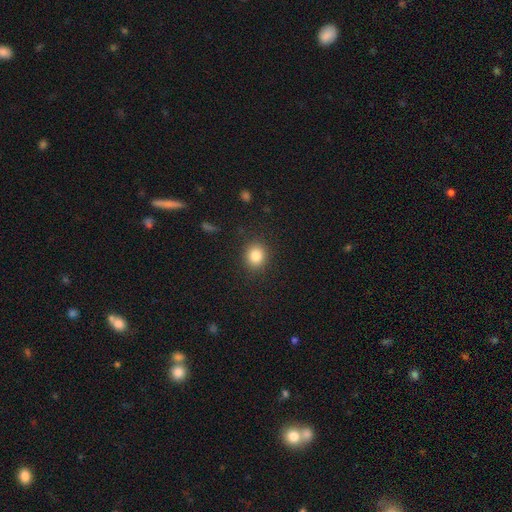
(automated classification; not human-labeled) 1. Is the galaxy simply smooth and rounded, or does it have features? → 84% smooth, 11% star or artifact, 6% featured or disk.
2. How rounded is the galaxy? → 78% round, 21% in between, 1% cigar-shaped.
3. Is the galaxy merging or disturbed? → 88% none, 8% minor disturbance, 3% major disturbance, 1% merger.